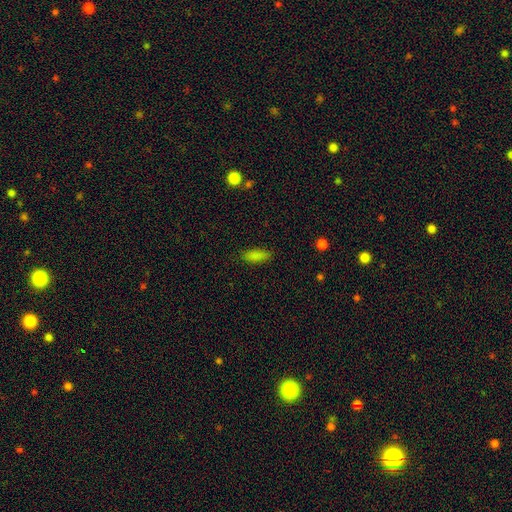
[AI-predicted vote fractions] This is clearly a smooth galaxy (84%). How rounded: likely in between (68%). Merging: clearly none (85%).